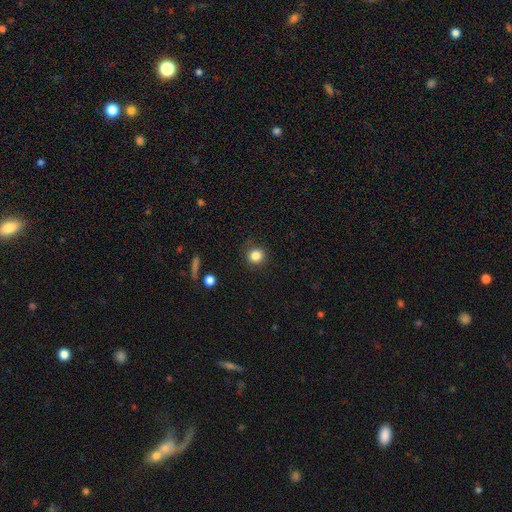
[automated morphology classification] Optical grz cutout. It shows a smooth galaxy with no disk features (84%) that is round (87%). Merging: none (86%).